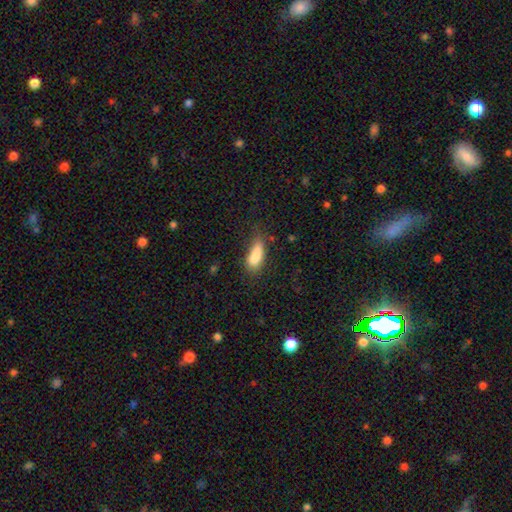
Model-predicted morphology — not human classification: Overall: smooth (83%). How rounded: in between (68%; cigar-shaped 29%). Merging: none (50%; minor disturbance 32%).